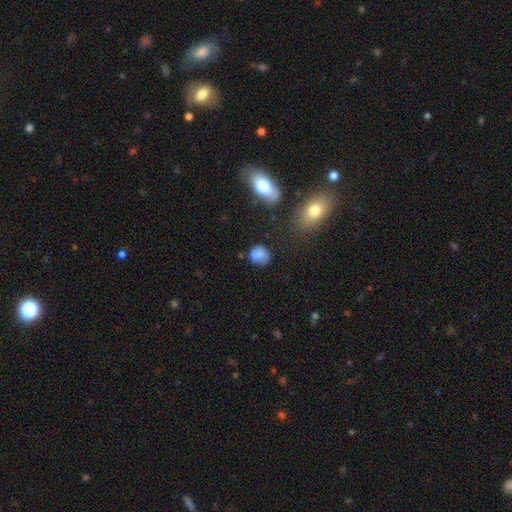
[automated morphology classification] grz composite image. It shows a smooth galaxy with no disk features (77%) that is round (68%). Merging: none (62%).